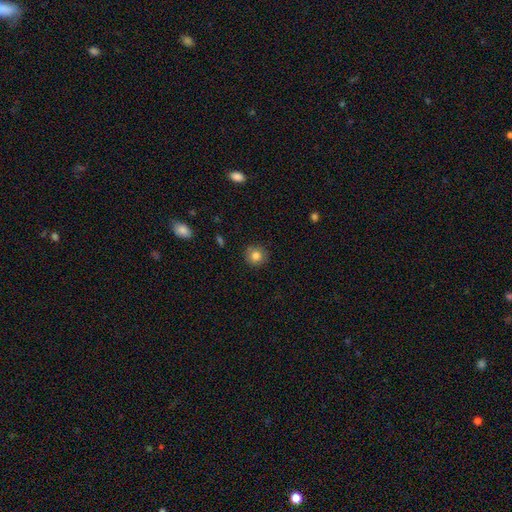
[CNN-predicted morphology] The model was most divided on "smooth or featured": smooth: 83%, star or artifact: 10%, featured or disk: 7%. More confident: how rounded — round (92%); merging — none (89%).